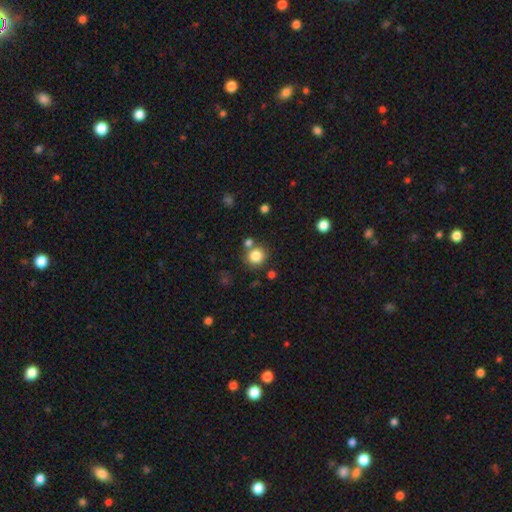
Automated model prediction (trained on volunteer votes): Smooth or featured?
  - smooth: 83% *
  - star or artifact: 11%
  - featured or disk: 6%
How rounded?
  - round: 90% *
  - in between: 9%
  - cigar-shaped: 1%
Merging?
  - none: 73% *
  - merger: 14%
  - minor disturbance: 9%
  - major disturbance: 3%